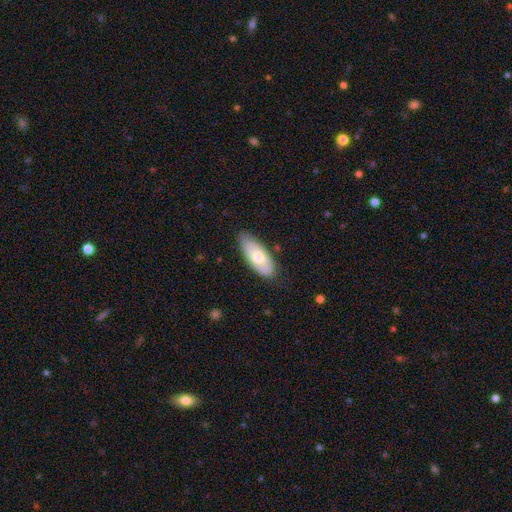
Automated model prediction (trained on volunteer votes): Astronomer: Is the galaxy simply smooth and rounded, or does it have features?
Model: smooth — 63%.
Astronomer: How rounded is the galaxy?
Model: in between — 79%.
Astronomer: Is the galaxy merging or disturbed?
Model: none — 81%.